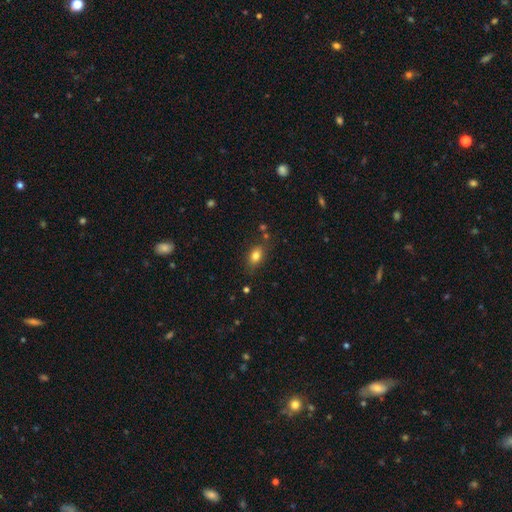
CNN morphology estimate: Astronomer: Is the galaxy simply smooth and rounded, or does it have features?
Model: smooth — 81%.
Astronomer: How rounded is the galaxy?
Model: in between — 81%.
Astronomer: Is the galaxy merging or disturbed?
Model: none — 79%.